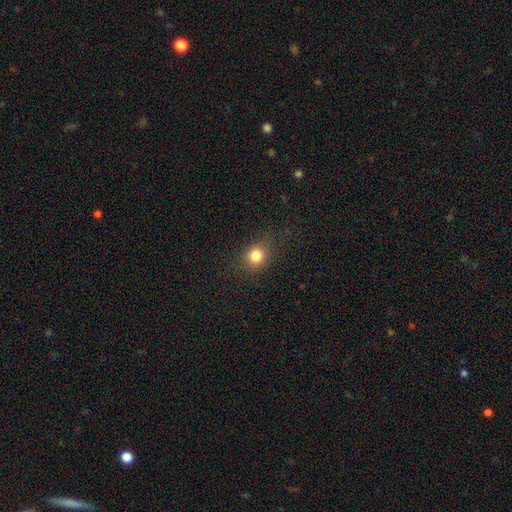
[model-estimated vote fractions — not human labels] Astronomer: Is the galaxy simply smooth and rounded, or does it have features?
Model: smooth — 81%.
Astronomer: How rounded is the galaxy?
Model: round — 73%.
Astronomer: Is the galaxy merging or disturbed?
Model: none — 81%.